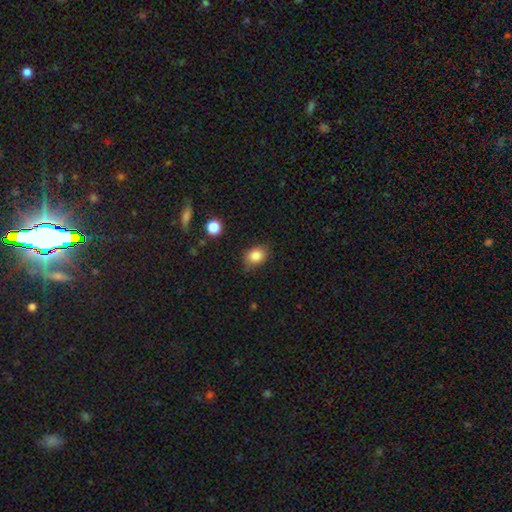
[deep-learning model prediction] A smooth galaxy with no disk features (85%) that is in between round and cigar-shaped (57%). Merging: none (73%).